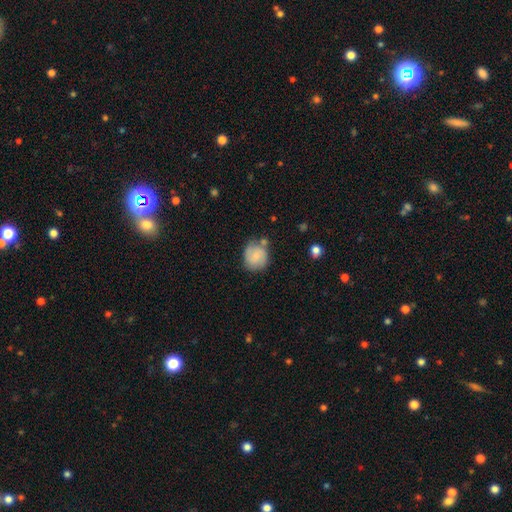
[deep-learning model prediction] Smooth or featured? Predicted: smooth (p=0.62). How rounded? Predicted: round (p=0.77). Merging? Predicted: none (p=0.61).